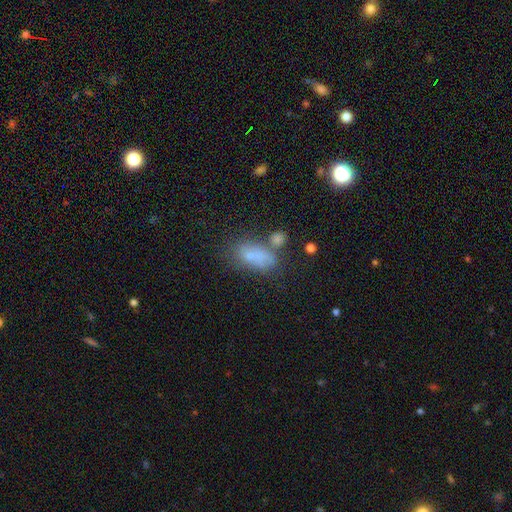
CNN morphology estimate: This appears to be a smooth galaxy with no disk features (68%) that is in between round and cigar-shaped (85%). Merging: none (40%).